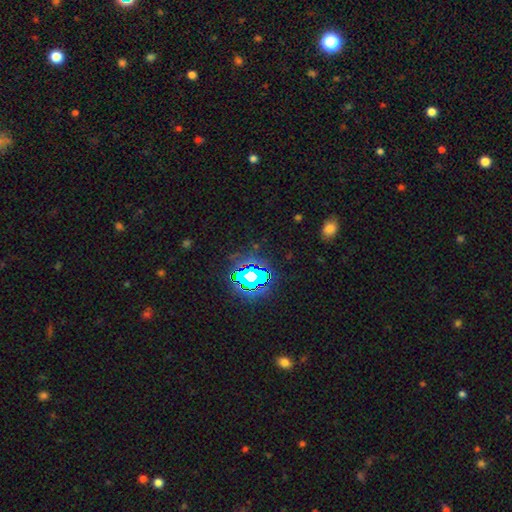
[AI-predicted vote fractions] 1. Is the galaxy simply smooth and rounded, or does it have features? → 81% star or artifact, 11% smooth, 8% featured or disk.